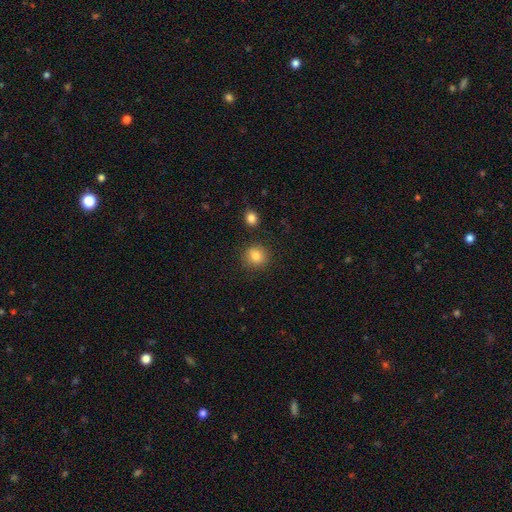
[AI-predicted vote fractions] The model was most divided on "how rounded": round: 85%, in between: 14%, cigar-shaped: 1%. More confident: merging — none (85%); smooth or featured — smooth (83%).